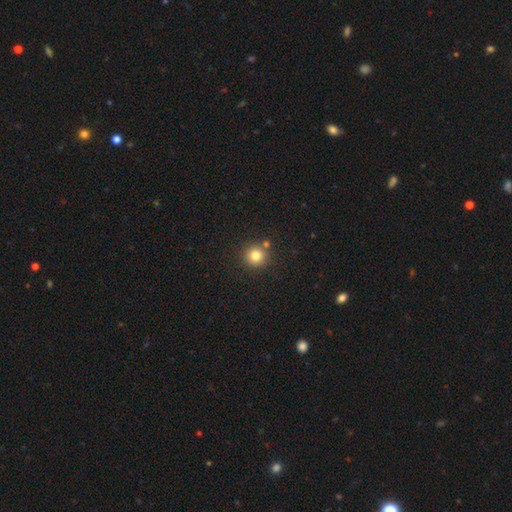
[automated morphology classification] smooth 80%, star or artifact 13%, featured or disk 7%. Down the decision tree: how rounded — round (94%); merging — none (82%).